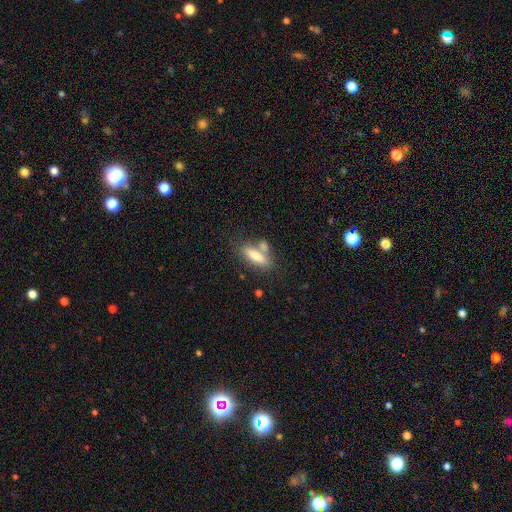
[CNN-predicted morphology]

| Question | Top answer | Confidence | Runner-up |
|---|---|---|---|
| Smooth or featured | smooth | 74% | featured or disk (18%) |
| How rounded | in between | 54% | cigar-shaped (43%) |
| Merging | none | 55% | merger (27%) |